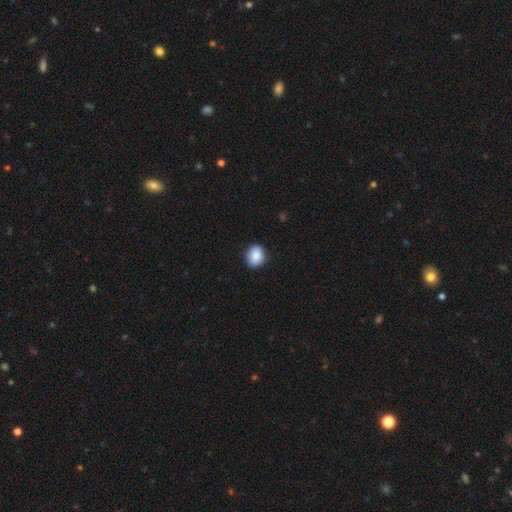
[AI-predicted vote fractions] Smooth or featured: smooth — 88% (star or artifact — 8%)
How rounded: round — 54% (in between — 44%)
Merging: none — 88% (minor disturbance — 9%)